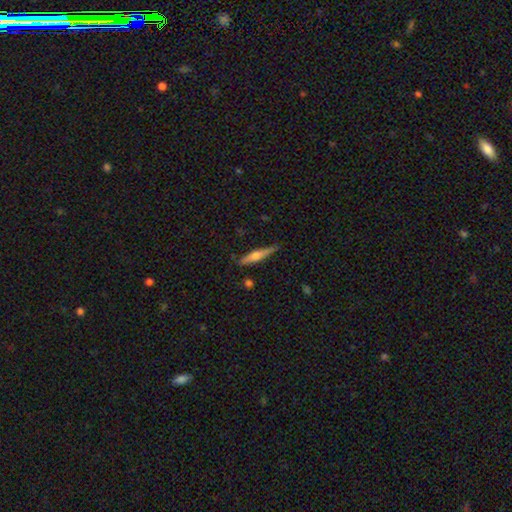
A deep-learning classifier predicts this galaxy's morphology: Smooth or featured?
  - featured or disk: 50% *
  - smooth: 44%
  - star or artifact: 6%
Merging?
  - none: 79% *
  - minor disturbance: 16%
  - major disturbance: 3%
  - merger: 2%